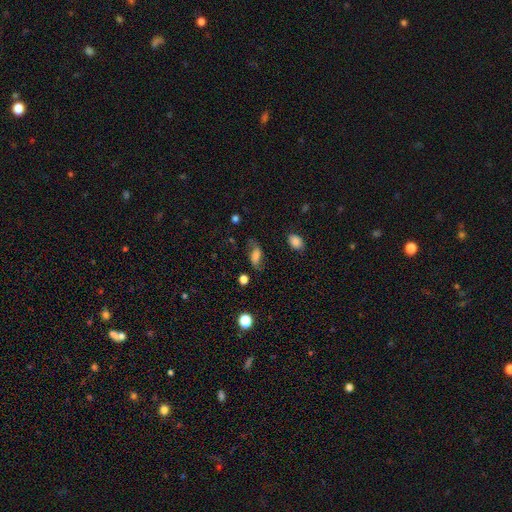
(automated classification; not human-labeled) Smooth or featured: smooth — 52% (featured or disk — 36%)
How rounded: in between — 82% (round — 10%)
Merging: none — 63% (minor disturbance — 23%)